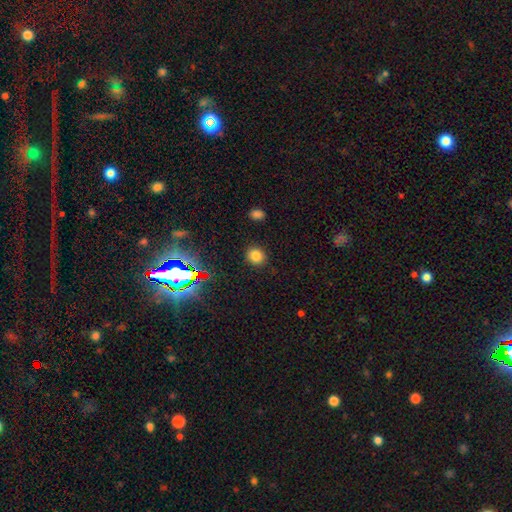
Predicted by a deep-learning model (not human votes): Smooth or featured?
  - smooth: 77% *
  - star or artifact: 17%
  - featured or disk: 6%
How rounded?
  - round: 79% *
  - in between: 19%
  - cigar-shaped: 1%
Merging?
  - none: 88% *
  - minor disturbance: 7%
  - major disturbance: 3%
  - merger: 2%